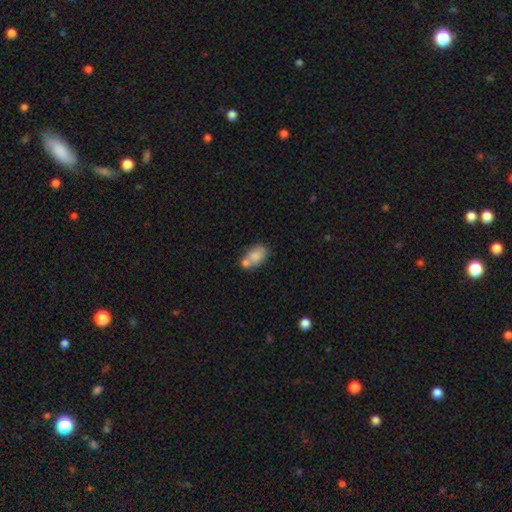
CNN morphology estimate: Smooth or featured: smooth — 79% (featured or disk — 13%)
How rounded: in between — 86% (round — 12%)
Merging: none — 42% (merger — 39%)